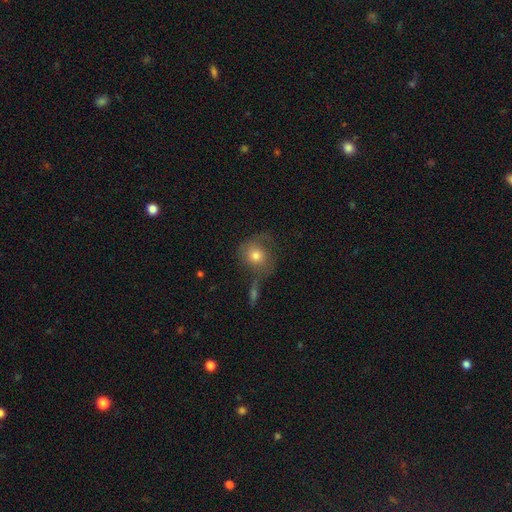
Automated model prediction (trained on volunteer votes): smooth 65%, featured or disk 25%, star or artifact 9%. Down the decision tree: how rounded — round (78%); merging — none (45%).